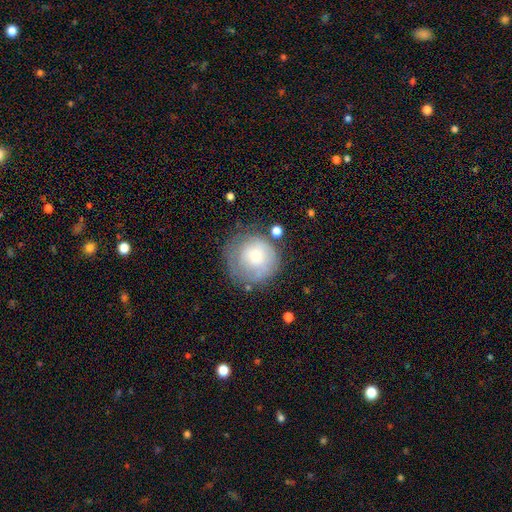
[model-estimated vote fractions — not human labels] The model was most divided on "smooth or featured": smooth: 55%, featured or disk: 36%, star or artifact: 9%. More confident: how rounded — round (93%); merging — none (65%).